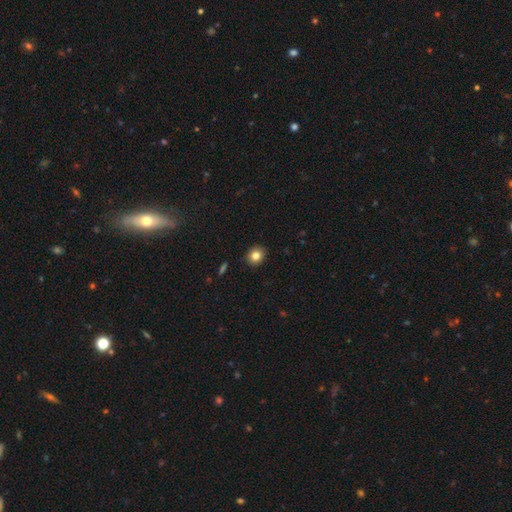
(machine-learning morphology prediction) A smooth galaxy with no disk features (82%) that is round (72%). Merging: none (90%).